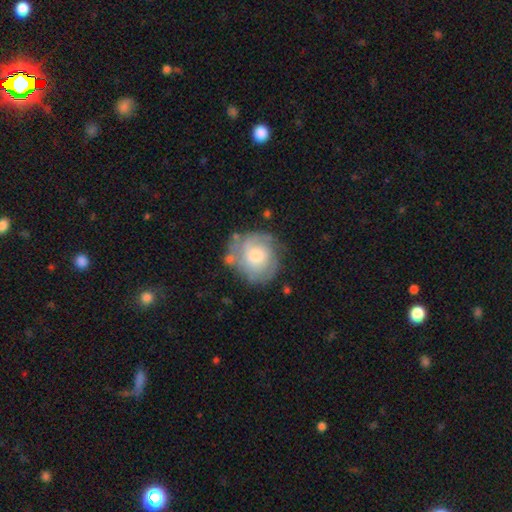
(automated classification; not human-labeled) A featured or disk galaxy (64%) with no bar (80%), tight (64%) spiral arms (82%) and a moderate central bulge (60%). Merging: none (67%).